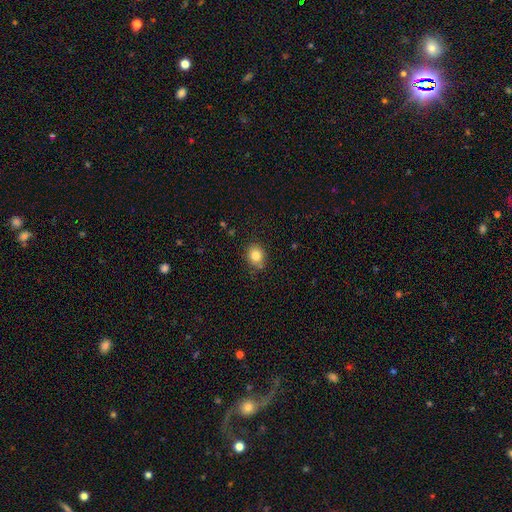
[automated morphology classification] A smooth galaxy with no disk features (83%) that is round (64%). Merging: none (81%).